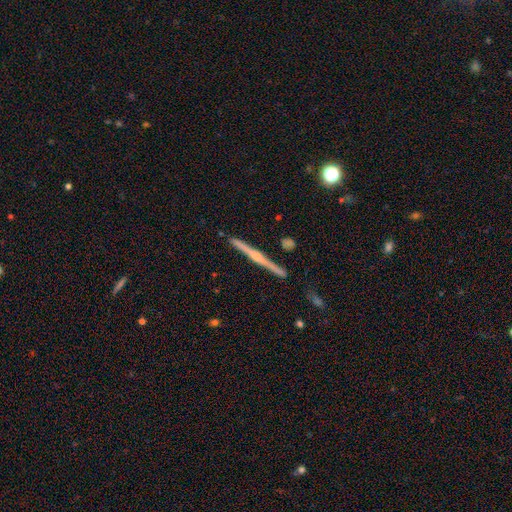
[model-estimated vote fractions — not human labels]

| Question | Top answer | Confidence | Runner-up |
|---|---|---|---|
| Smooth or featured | featured or disk | 79% | smooth (15%) |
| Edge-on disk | yes | 98% | no (2%) |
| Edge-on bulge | rounded | 76% | none (16%) |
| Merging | none | 90% | minor disturbance (7%) |